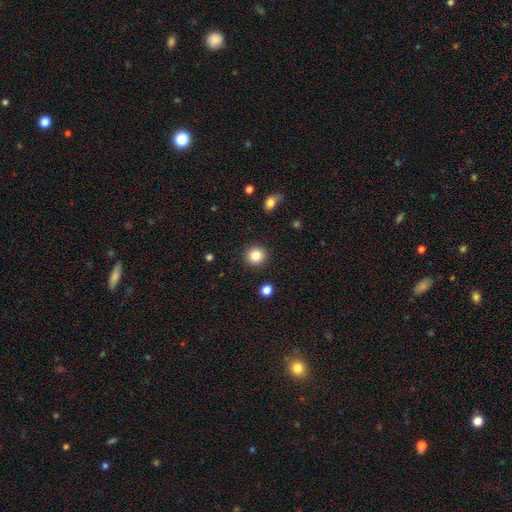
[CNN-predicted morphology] Smooth or featured? Predicted: smooth (p=0.85). How rounded? Predicted: round (p=0.92). Merging? Predicted: none (p=0.92).